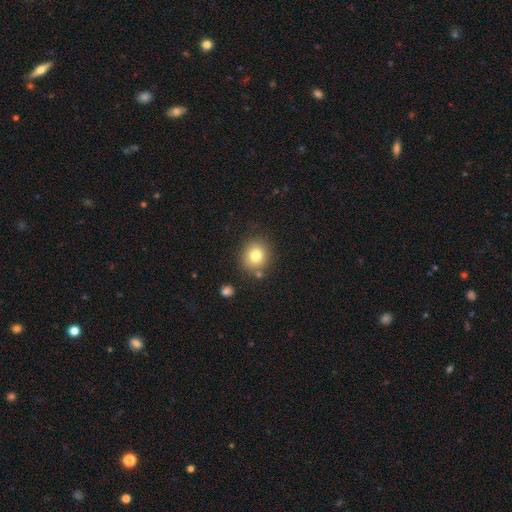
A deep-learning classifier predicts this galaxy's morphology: Smooth or featured?
  - smooth: 78% *
  - star or artifact: 12%
  - featured or disk: 10%
How rounded?
  - round: 83% *
  - in between: 16%
  - cigar-shaped: 1%
Merging?
  - none: 81% *
  - minor disturbance: 10%
  - merger: 6%
  - major disturbance: 3%